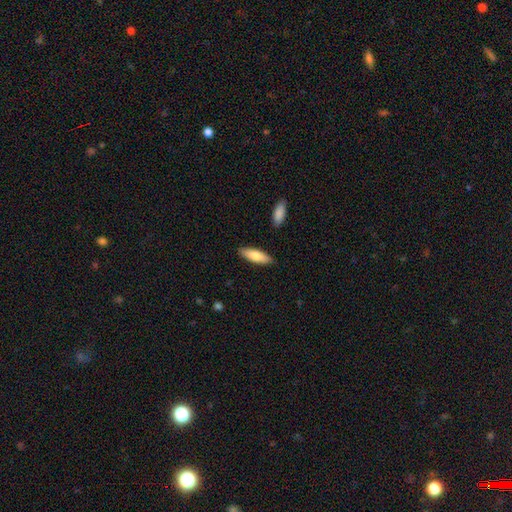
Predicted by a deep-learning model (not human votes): smooth-or-featured: smooth: 76% | featured or disk: 18% | star or artifact: 6%
  how-rounded: in between: 53% | cigar-shaped: 45% | round: 2%
  merging: none: 87% | minor disturbance: 9% | merger: 2% | major disturbance: 2%